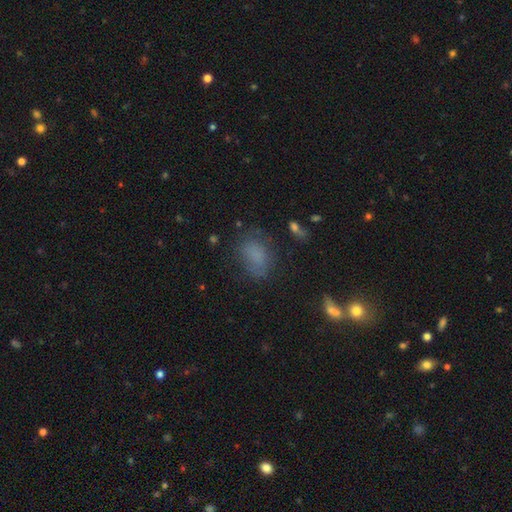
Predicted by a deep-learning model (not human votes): Smooth or featured? smooth (74%)
How rounded? in between (78%)
Merging? none (62%)